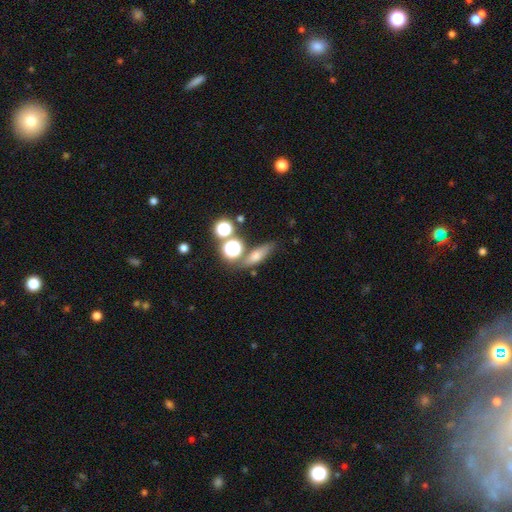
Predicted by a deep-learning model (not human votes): The model was most divided on "how rounded": in between: 40%, cigar-shaped: 38%, round: 23%. More confident: merging — none (66%); smooth or featured — smooth (54%).